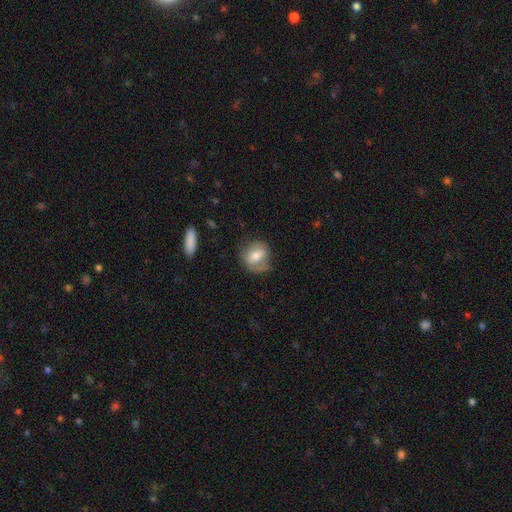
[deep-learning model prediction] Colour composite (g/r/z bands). It shows a smooth galaxy with no disk features (58%) that is round (65%). Merging: none (63%).